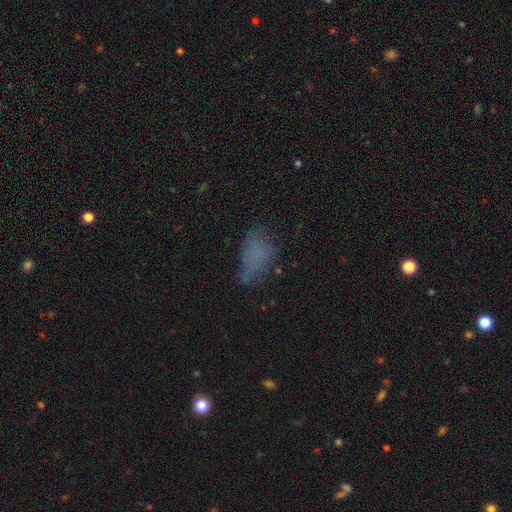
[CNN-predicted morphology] smooth_or_featured: smooth (p=0.60) [alt: featured or disk p=0.21]
how_rounded: in between (p=0.86) [alt: cigar-shaped p=0.08]
merging: none (p=0.46) [alt: minor disturbance p=0.27]